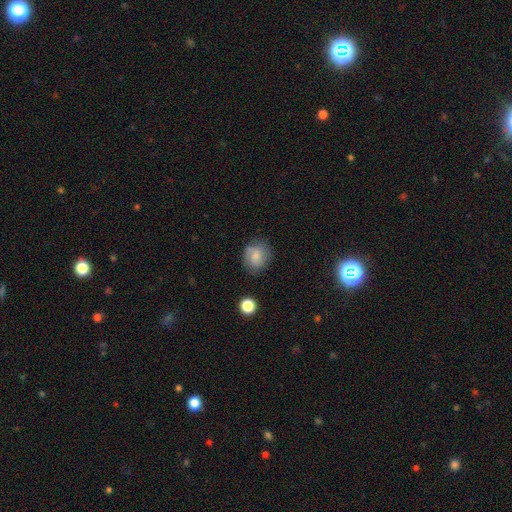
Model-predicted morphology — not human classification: Smooth or featured: smooth — 75% (featured or disk — 16%)
How rounded: round — 72% (in between — 27%)
Merging: none — 73% (minor disturbance — 19%)